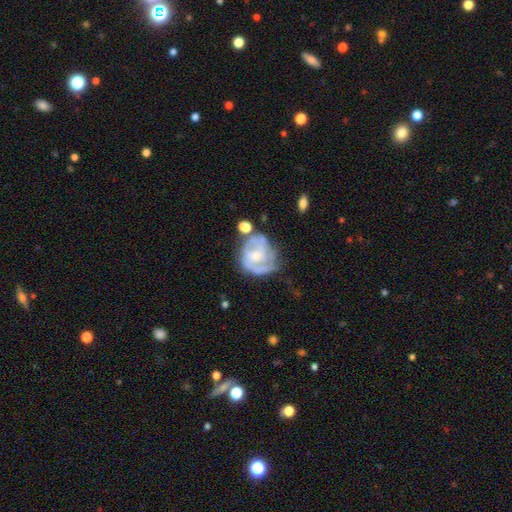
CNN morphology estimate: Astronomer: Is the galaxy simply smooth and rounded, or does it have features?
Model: featured or disk — 78%.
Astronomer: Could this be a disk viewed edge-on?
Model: no — 98%.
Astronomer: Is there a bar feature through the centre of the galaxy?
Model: no — 58% (runner-up: weak, 34%).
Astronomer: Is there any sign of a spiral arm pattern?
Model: yes — 87%.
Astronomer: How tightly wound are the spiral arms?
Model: tight — 48% (runner-up: medium, 39%).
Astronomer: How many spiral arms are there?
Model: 2 — 46% (runner-up: can't tell, 25%).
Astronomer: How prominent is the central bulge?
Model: small — 51% (runner-up: moderate, 40%).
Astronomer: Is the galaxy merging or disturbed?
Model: none — 49% (runner-up: minor disturbance, 25%).